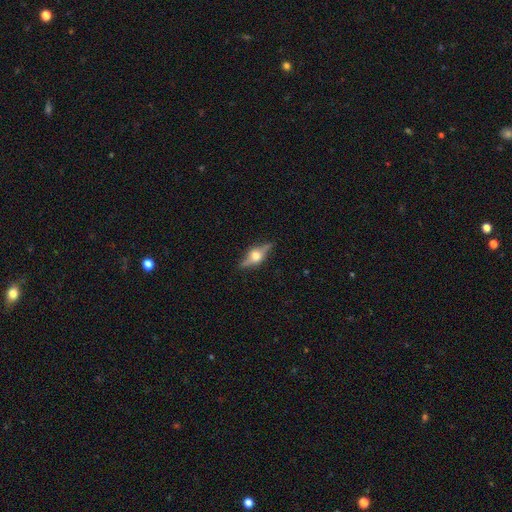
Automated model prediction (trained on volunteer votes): This is likely a featured or disk galaxy (72%). It is clearly viewed edge-on (94%). Edge-on bulge: clearly rounded (94%). Merging: clearly none (85%).